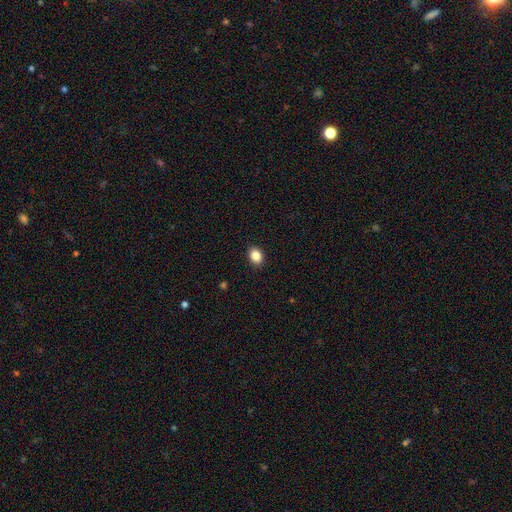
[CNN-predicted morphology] This is clearly a smooth galaxy (86%). How rounded: likely in between (65%). Merging: clearly none (90%).